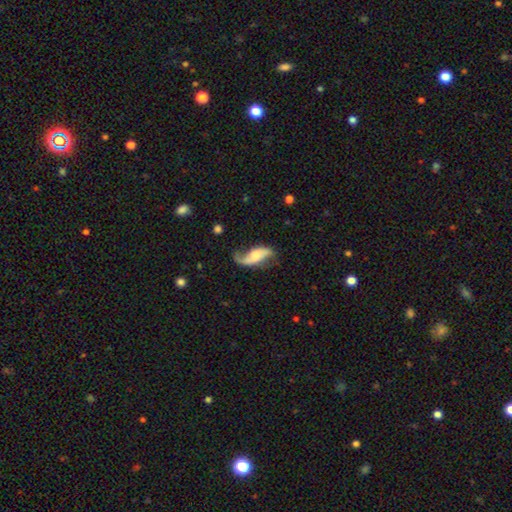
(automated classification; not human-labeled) featured or disk 70%, smooth 23%, star or artifact 6%. Down the decision tree: edge-on disk — no (92%); bar — no (49%); spiral arms — yes (92%); spiral arm count — 2 (72%); spiral winding — loose (76%); bulge size — moderate (34%); merging — none (50%).